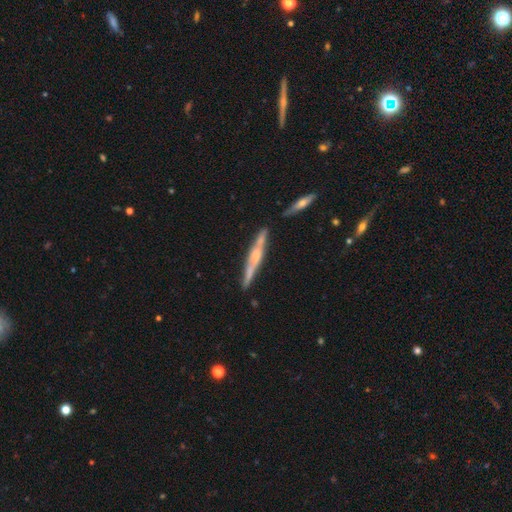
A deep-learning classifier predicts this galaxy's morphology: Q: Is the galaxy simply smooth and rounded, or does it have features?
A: featured or disk — 67%.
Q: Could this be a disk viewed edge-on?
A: yes — 96%.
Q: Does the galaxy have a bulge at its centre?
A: rounded — 54%.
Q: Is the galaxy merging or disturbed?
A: none — 82%.